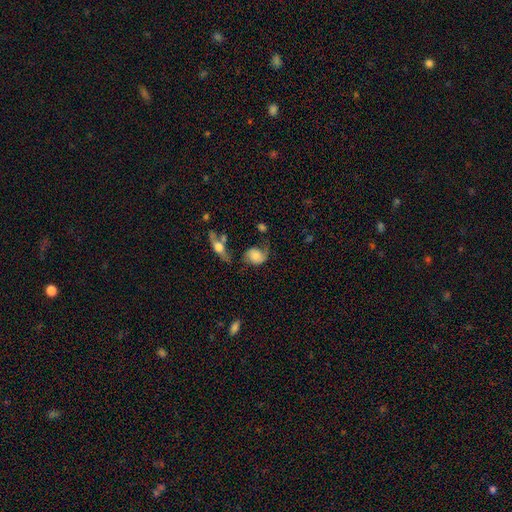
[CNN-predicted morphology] The model was most divided on "smooth or featured": featured or disk: 50%, smooth: 42%, star or artifact: 8%. Remaining: merging — none (43%).